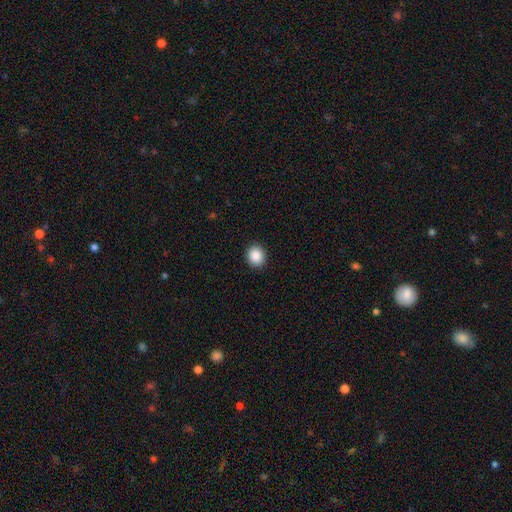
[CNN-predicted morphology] This is clearly a smooth galaxy (88%). How rounded: likely round (76%). Merging: clearly none (91%).